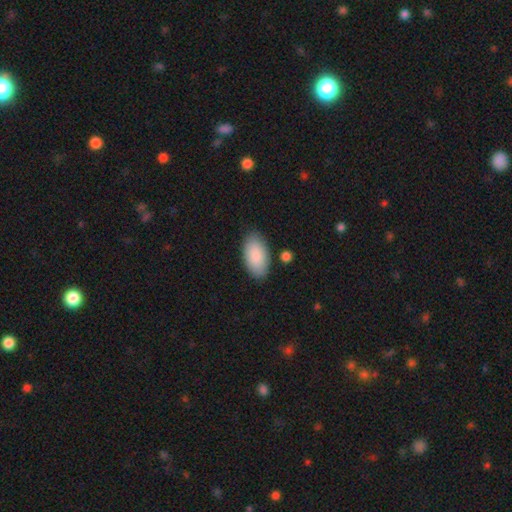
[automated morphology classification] Smooth or featured? smooth (88%)
How rounded? in between (95%)
Merging? none (83%)